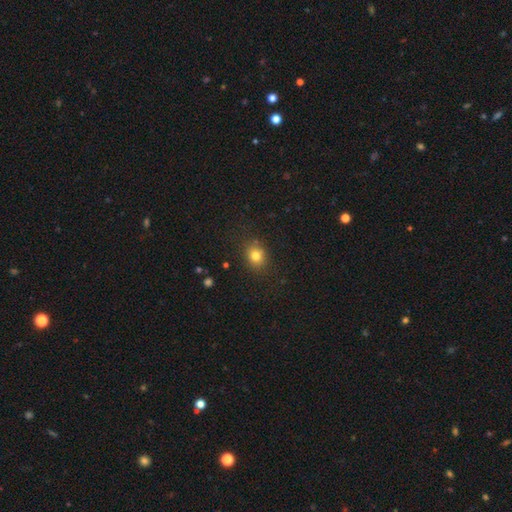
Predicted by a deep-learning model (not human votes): Q: Smooth or featured?
A: smooth (79%); runner-up: star or artifact (13%)
Q: How rounded?
A: round (60%); runner-up: in between (39%)
Q: Merging?
A: none (83%); runner-up: minor disturbance (12%)